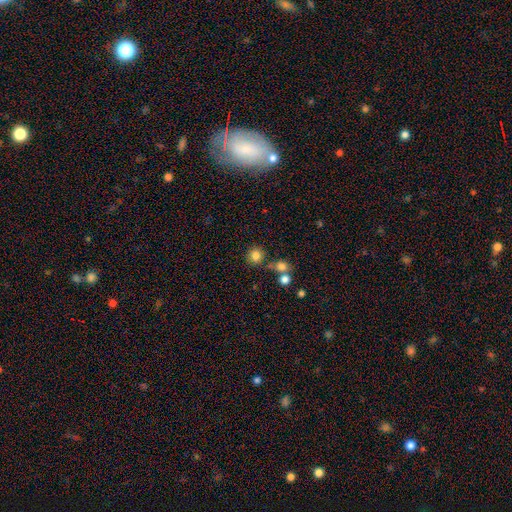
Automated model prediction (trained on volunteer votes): Smooth or featured? smooth (82%)
How rounded? round (89%)
Merging? none (74%)